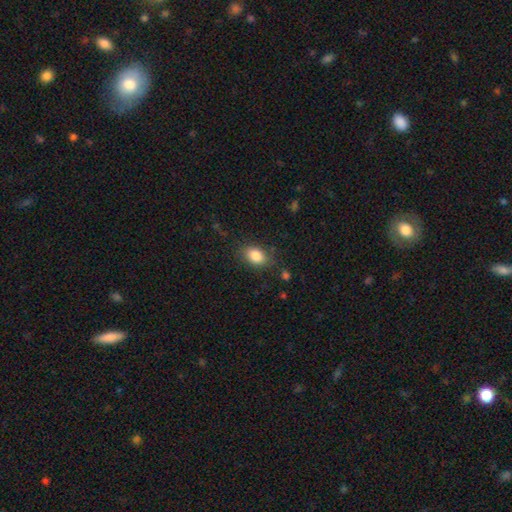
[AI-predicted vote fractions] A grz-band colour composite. It shows a smooth galaxy with no disk features (85%) that is in between round and cigar-shaped (82%). Merging: none (80%).